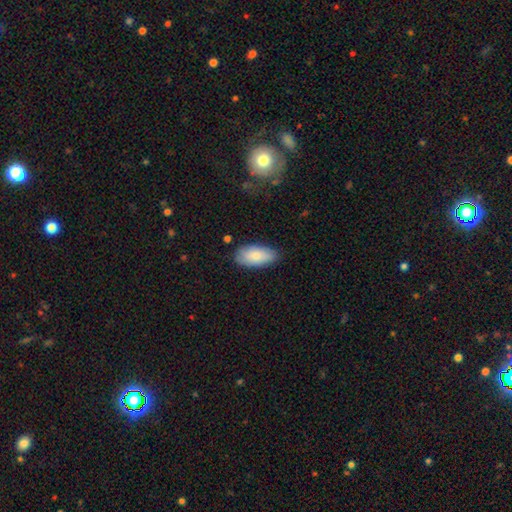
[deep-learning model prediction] This appears to be a smooth galaxy with no disk features (80%) that is in between round and cigar-shaped (93%). Merging: none (79%).